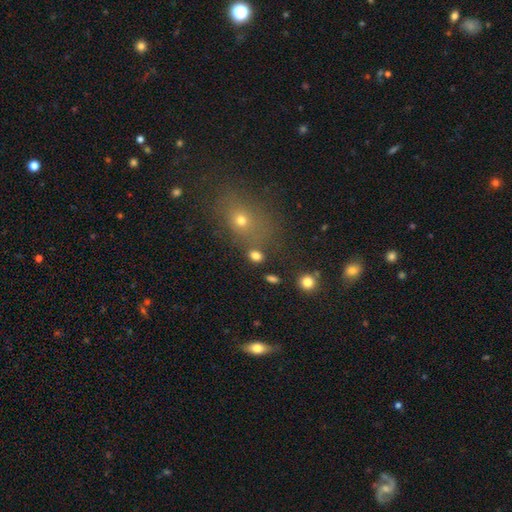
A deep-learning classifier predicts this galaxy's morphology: smooth_or_featured: smooth (p=0.80) [alt: star or artifact p=0.14]
how_rounded: in between (p=0.67) [alt: round p=0.31]
merging: none (p=0.73) [alt: minor disturbance p=0.12]